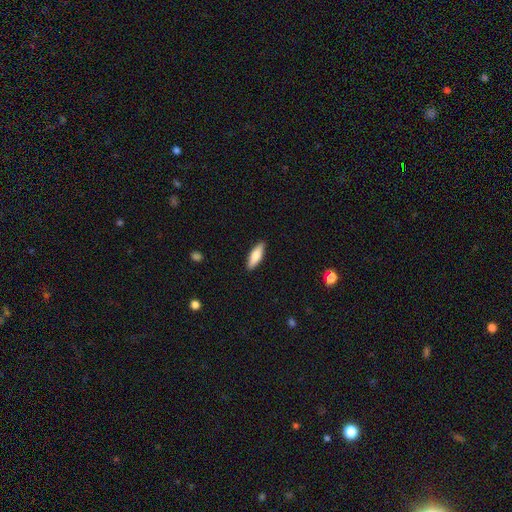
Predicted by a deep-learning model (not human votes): Smooth or featured? smooth (74%)
How rounded? in between (53%)
Merging? none (89%)